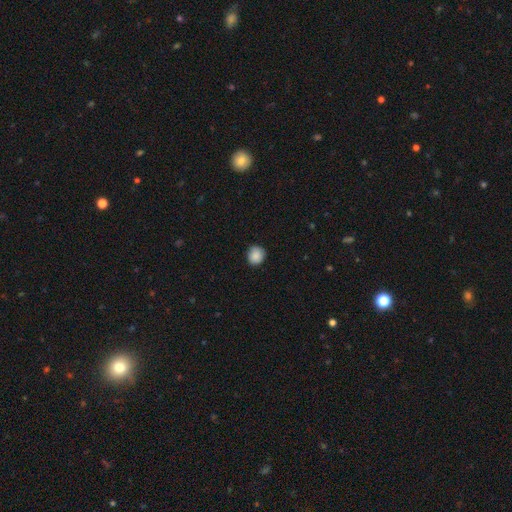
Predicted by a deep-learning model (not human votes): Overall: smooth (87%). How rounded: round (88%). Merging: none (84%).